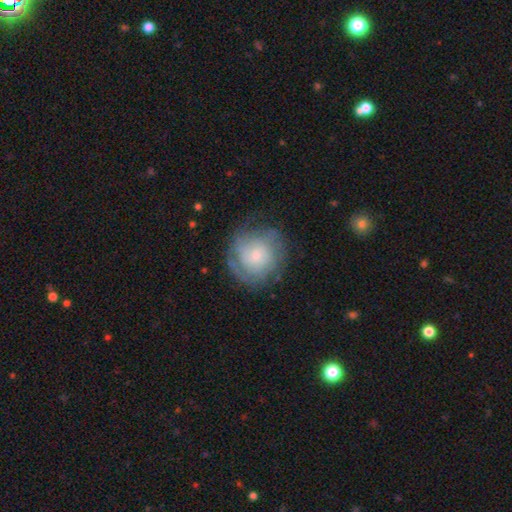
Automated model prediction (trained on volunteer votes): This is possibly a featured or disk galaxy (55%). It is clearly not viewed edge-on (98%). Bar: likely no (76%). Spiral arm pattern: likely yes (80%). Central bulge: possibly small (53%). Merging: likely none (69%).